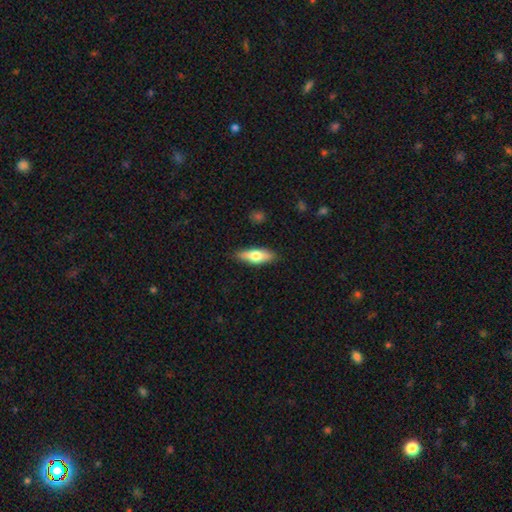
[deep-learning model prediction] smooth_or_featured: smooth (p=0.65) [alt: featured or disk p=0.29]
how_rounded: in between (p=0.55) [alt: cigar-shaped p=0.42]
merging: none (p=0.88) [alt: minor disturbance p=0.09]